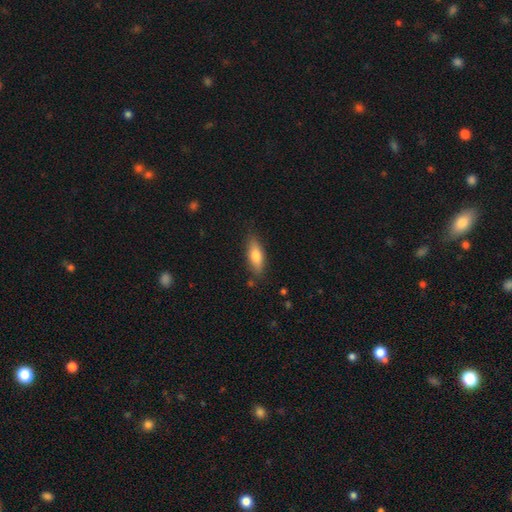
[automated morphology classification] Overall: smooth (71%). How rounded: in between (63%; cigar-shaped 35%). Merging: none (81%).